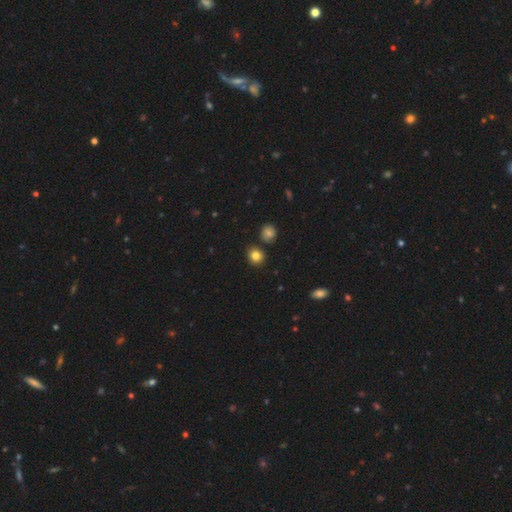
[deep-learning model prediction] smooth-or-featured: smooth: 82% | star or artifact: 12% | featured or disk: 6%
  how-rounded: round: 82% | in between: 17% | cigar-shaped: 1%
  merging: none: 84% | minor disturbance: 8% | merger: 6% | major disturbance: 2%